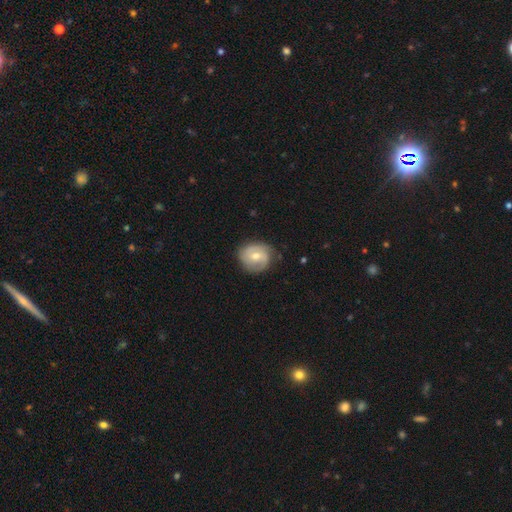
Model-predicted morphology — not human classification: featured or disk 61%, smooth 33%, star or artifact 6%. Down the decision tree: edge-on disk — no (97%); bar — weak (46%); spiral arms — yes (85%); spiral arm count — 2 (63%); spiral winding — tight (44%); bulge size — moderate (61%); merging — none (75%).